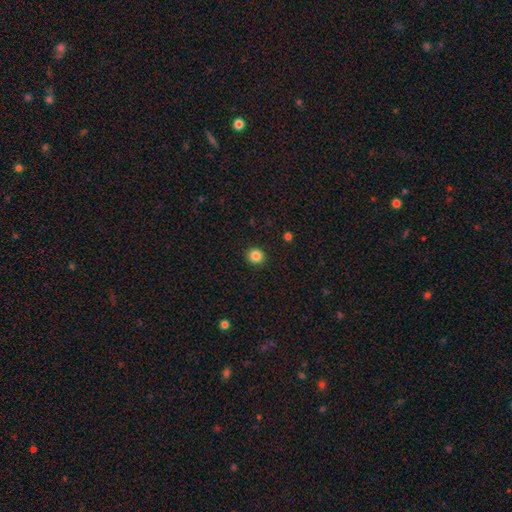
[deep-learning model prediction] Smooth or featured? smooth (86%)
How rounded? round (91%)
Merging? none (92%)